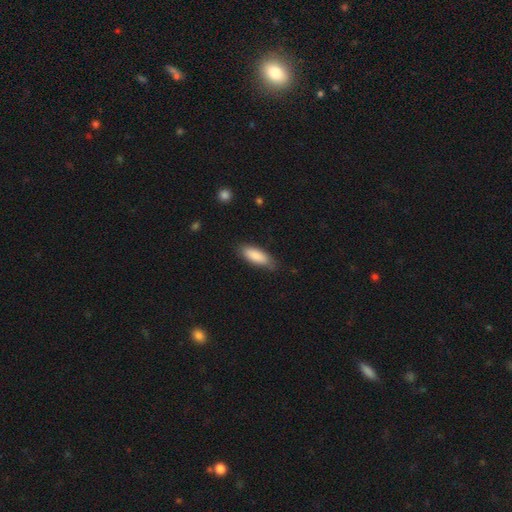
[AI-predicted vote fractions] smooth_or_featured: smooth (p=0.87) [alt: featured or disk p=0.08]
how_rounded: in between (p=0.70) [alt: cigar-shaped p=0.29]
merging: none (p=0.79) [alt: minor disturbance p=0.16]